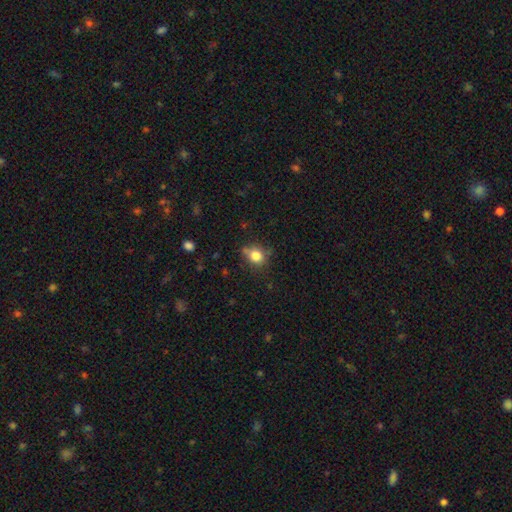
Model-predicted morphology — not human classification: type=smooth (81%); roundness=round (66%); merging=none (67%).